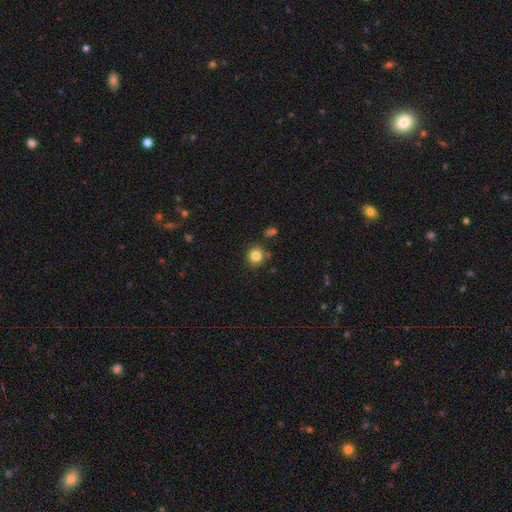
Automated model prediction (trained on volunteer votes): Overall: smooth (83%). How rounded: round (88%). Merging: none (83%).